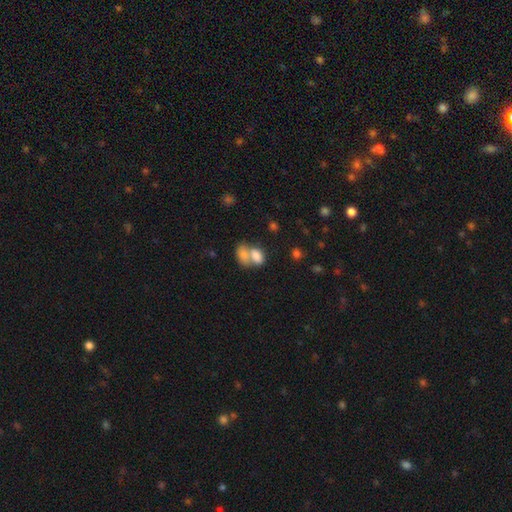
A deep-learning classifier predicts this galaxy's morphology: Overall: smooth (79%). How rounded: in between (86%). Merging: merger (67%).